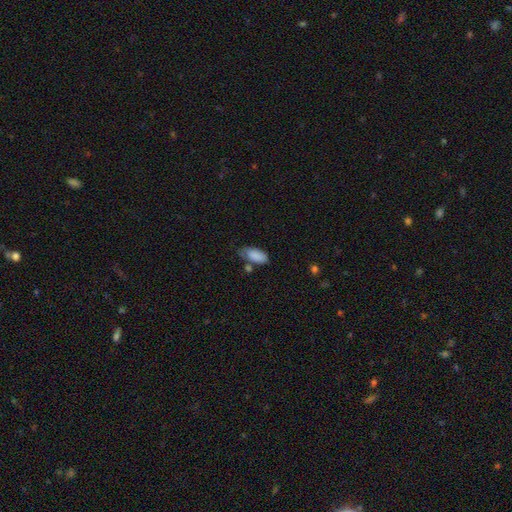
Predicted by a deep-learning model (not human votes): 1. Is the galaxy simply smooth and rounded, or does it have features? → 85% smooth, 8% featured or disk, 7% star or artifact.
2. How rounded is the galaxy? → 91% in between, 6% cigar-shaped, 2% round.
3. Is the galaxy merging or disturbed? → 50% none, 30% minor disturbance, 11% merger, 9% major disturbance.